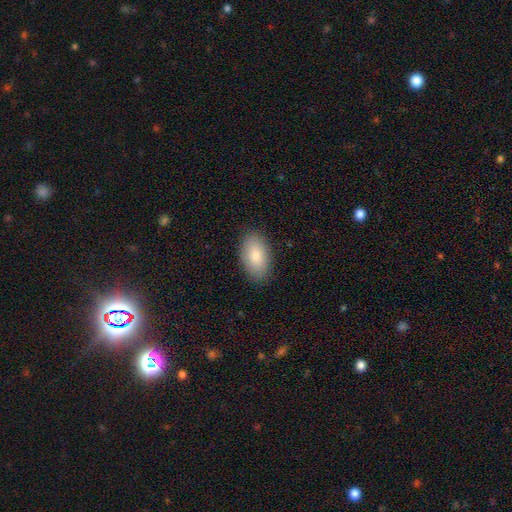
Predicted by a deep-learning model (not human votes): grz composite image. It shows a smooth galaxy with no disk features (84%) that is in between round and cigar-shaped (94%). Merging: none (86%).